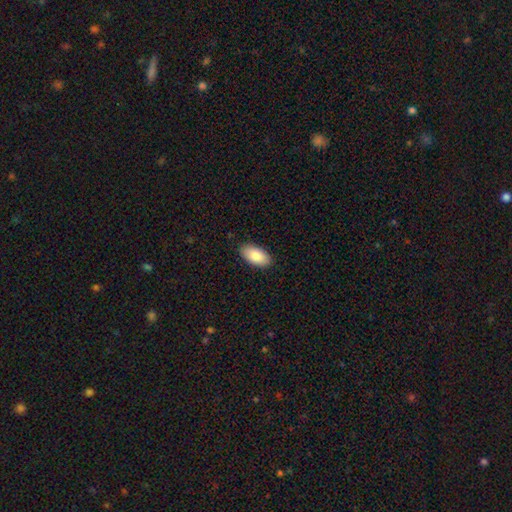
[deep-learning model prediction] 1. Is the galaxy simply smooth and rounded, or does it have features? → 83% smooth, 10% featured or disk, 6% star or artifact.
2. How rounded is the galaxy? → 95% in between, 3% cigar-shaped, 3% round.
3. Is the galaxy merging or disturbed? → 88% none, 9% minor disturbance, 2% major disturbance, 1% merger.